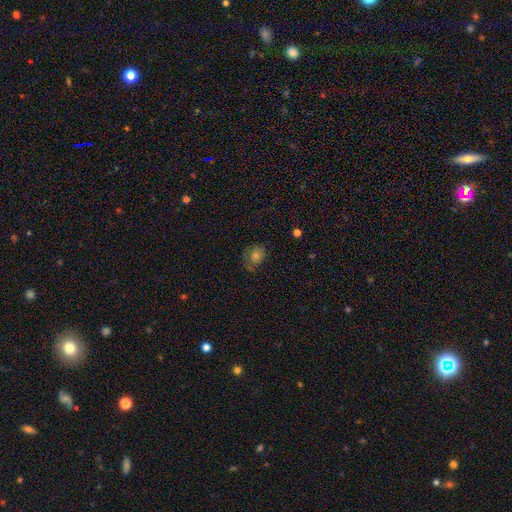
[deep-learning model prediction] smooth 56%, star or artifact 23%, featured or disk 21%. Down the decision tree: how rounded — round (61%); merging — none (66%).